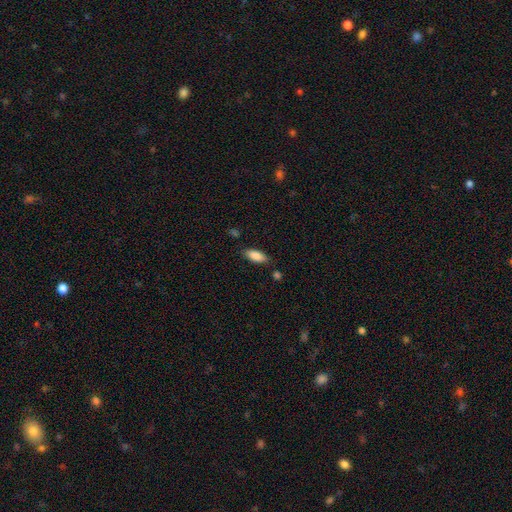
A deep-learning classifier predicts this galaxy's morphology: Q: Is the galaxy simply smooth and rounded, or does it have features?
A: smooth — 87%.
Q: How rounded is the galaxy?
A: in between — 83%.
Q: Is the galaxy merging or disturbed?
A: none — 79%.